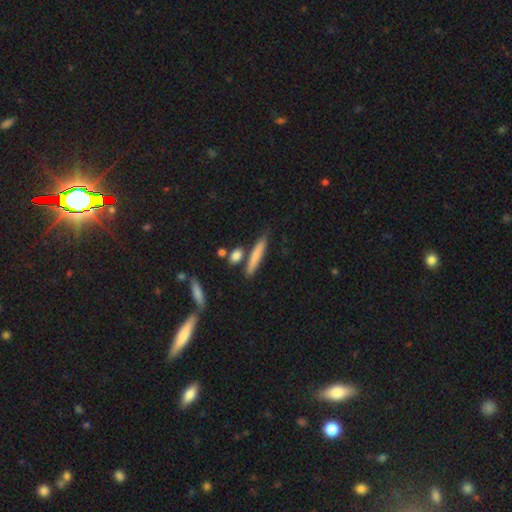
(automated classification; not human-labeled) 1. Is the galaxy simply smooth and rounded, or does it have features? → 74% smooth, 20% featured or disk, 6% star or artifact.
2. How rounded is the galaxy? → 87% cigar-shaped, 10% in between, 3% round.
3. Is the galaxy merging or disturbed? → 77% none, 12% minor disturbance, 9% merger, 3% major disturbance.